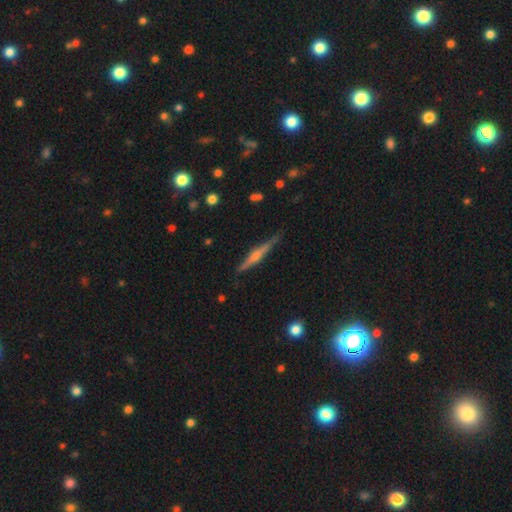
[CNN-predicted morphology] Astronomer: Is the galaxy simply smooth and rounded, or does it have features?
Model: featured or disk — 70%.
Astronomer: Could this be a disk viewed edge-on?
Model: yes — 97%.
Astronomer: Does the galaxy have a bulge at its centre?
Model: rounded — 78%.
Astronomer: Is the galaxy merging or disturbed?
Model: none — 82%.